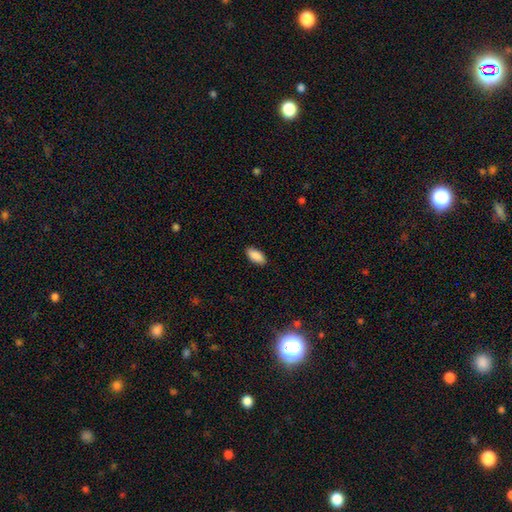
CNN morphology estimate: A smooth galaxy with no disk features (89%) that is in between round and cigar-shaped (91%).

Vote fractions:
- Smooth or featured? smooth: 89% / star or artifact: 7% / featured or disk: 4%
- How rounded? in between: 91% / cigar-shaped: 7% / round: 2%
- Merging? none: 89% / minor disturbance: 8% / major disturbance: 2% / merger: 1%